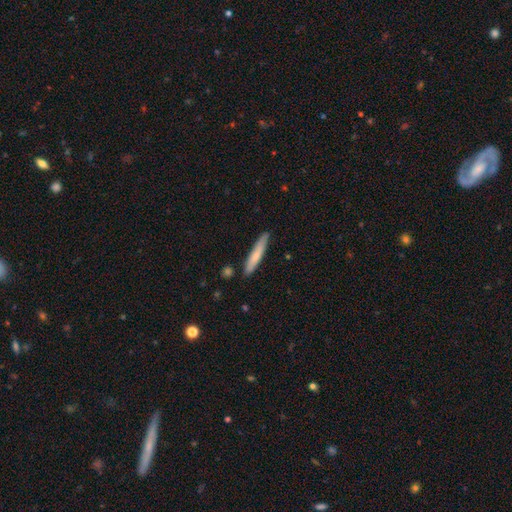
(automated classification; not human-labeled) smooth 71%, featured or disk 23%, star or artifact 5%. Down the decision tree: how rounded — cigar-shaped (93%); merging — none (86%).